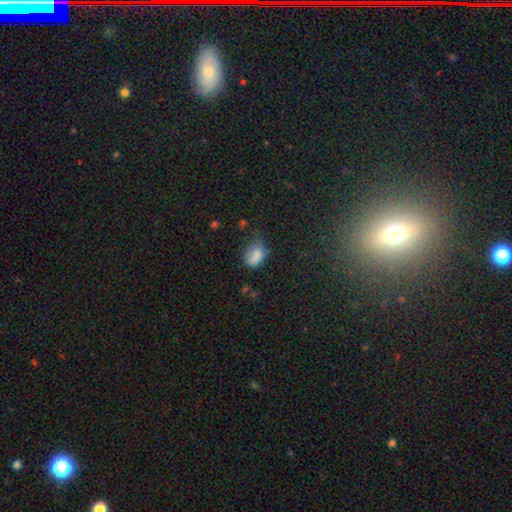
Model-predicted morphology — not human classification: This appears to be a smooth galaxy with no disk features (83%) that is in between round and cigar-shaped (84%). Merging: none (49%).